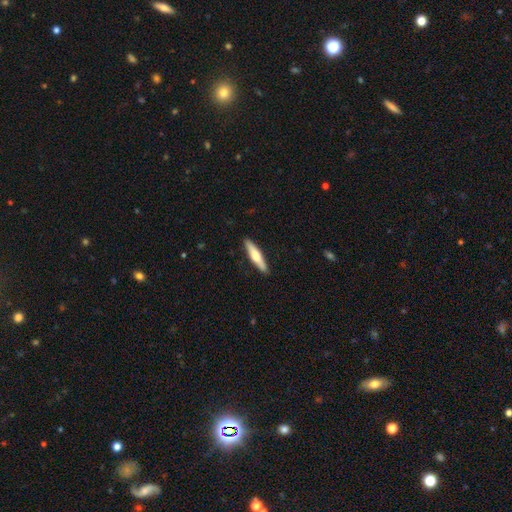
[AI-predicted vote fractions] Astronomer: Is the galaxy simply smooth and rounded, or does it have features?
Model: smooth — 51% (runner-up: featured or disk, 45%).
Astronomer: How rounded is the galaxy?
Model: cigar-shaped — 82%.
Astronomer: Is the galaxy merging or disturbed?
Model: none — 90%.